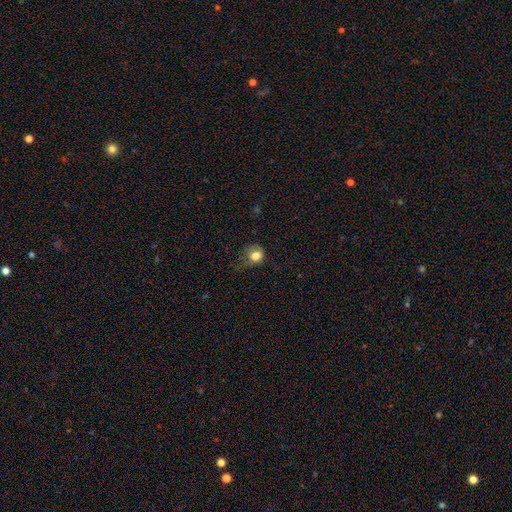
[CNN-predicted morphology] Smooth or featured?
  - smooth: 81% *
  - star or artifact: 10%
  - featured or disk: 9%
How rounded?
  - round: 73% *
  - in between: 26%
  - cigar-shaped: 1%
Merging?
  - none: 45% *
  - minor disturbance: 31%
  - major disturbance: 22%
  - merger: 2%